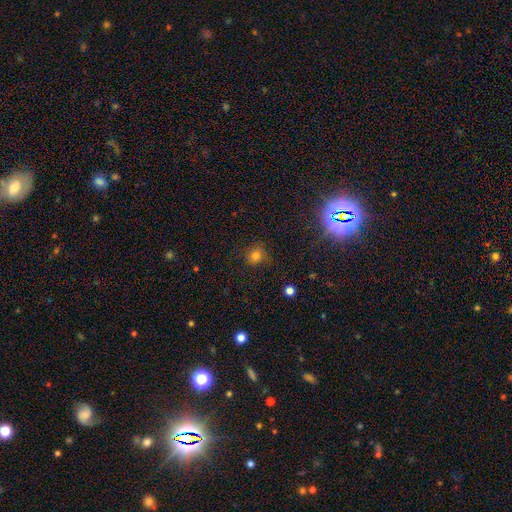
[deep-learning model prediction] Smooth or featured: smooth — 74% (star or artifact — 19%)
How rounded: round — 88% (in between — 11%)
Merging: none — 81% (minor disturbance — 13%)